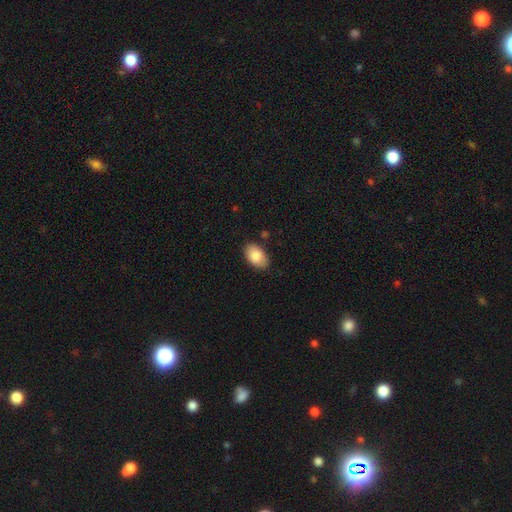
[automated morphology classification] Smooth or featured? smooth (87%)
How rounded? in between (92%)
Merging? none (83%)